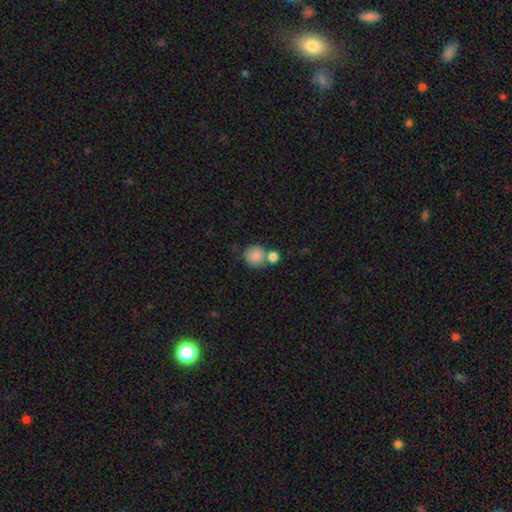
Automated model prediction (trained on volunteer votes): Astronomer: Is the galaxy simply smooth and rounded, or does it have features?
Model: smooth — 85%.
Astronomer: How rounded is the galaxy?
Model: round — 86%.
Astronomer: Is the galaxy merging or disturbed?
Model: none — 52% (runner-up: merger, 33%).